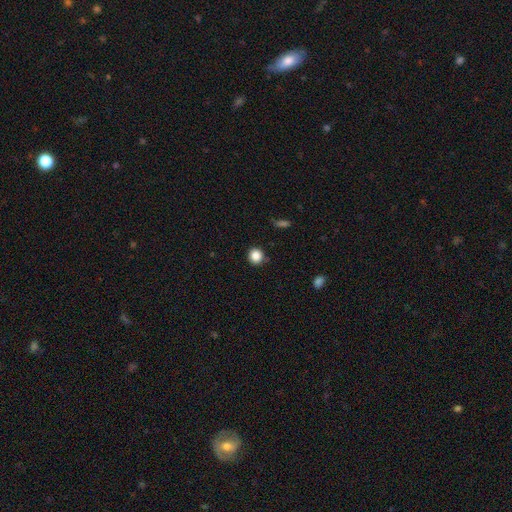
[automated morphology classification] This is clearly a smooth galaxy (86%). How rounded: clearly round (92%). Merging: clearly none (87%).